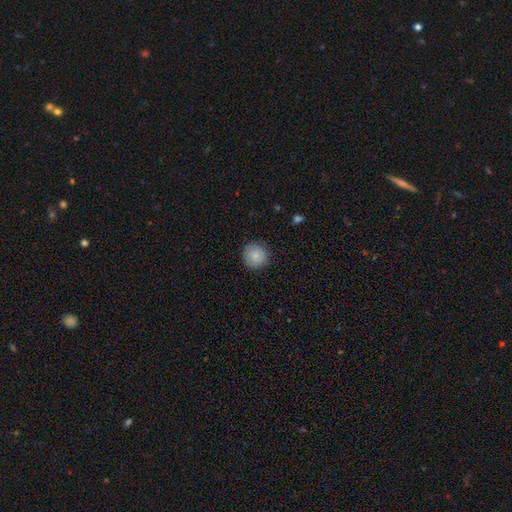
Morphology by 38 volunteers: Smooth or featured? 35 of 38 (92%) said smooth. How rounded? 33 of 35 (94%) said round. Merging? 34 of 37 (92%) said none.